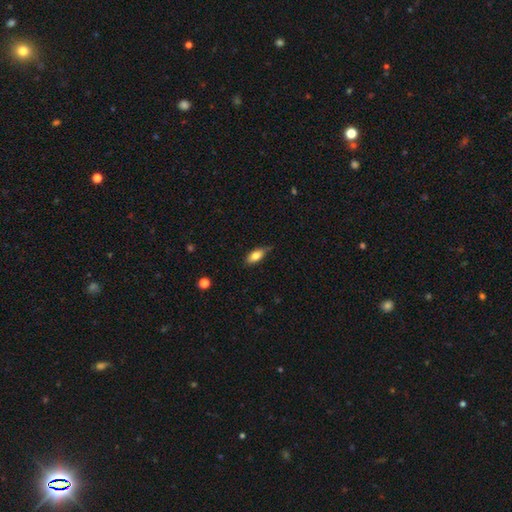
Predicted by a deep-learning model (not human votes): A smooth galaxy with no disk features (77%) that is in between round and cigar-shaped (83%). Merging: none (68%).